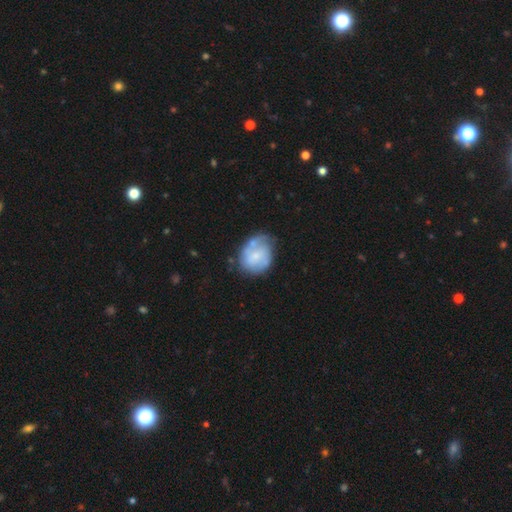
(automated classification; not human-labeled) This appears to be a featured or disk galaxy (47%). Merging: none (48%).